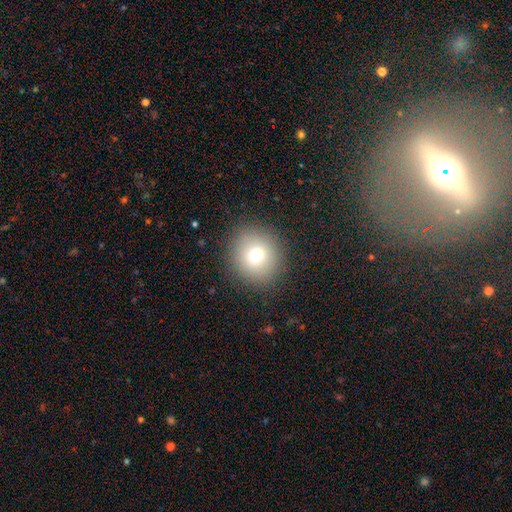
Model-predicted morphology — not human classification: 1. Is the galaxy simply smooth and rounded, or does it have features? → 74% smooth, 13% star or artifact, 12% featured or disk.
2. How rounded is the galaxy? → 89% round, 10% in between, 1% cigar-shaped.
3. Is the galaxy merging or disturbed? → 89% none, 7% minor disturbance, 3% major disturbance, 1% merger.